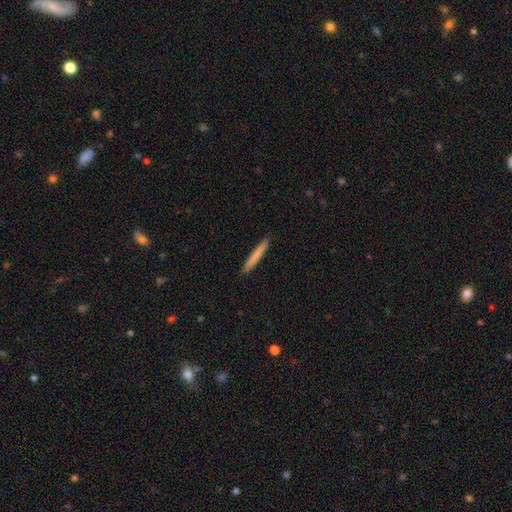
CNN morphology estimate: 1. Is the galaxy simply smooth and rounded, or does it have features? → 75% smooth, 20% featured or disk, 5% star or artifact.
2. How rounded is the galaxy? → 97% cigar-shaped, 2% in between, 1% round.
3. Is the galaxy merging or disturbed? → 93% none, 5% minor disturbance, 1% major disturbance, 1% merger.